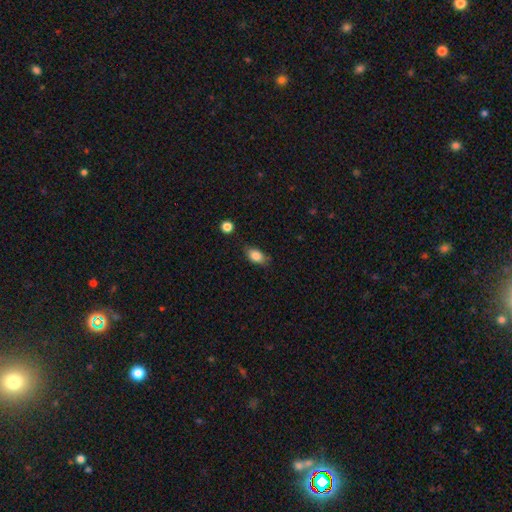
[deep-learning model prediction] smooth 84%, star or artifact 8%, featured or disk 8%. Down the decision tree: how rounded — in between (88%); merging — none (76%).